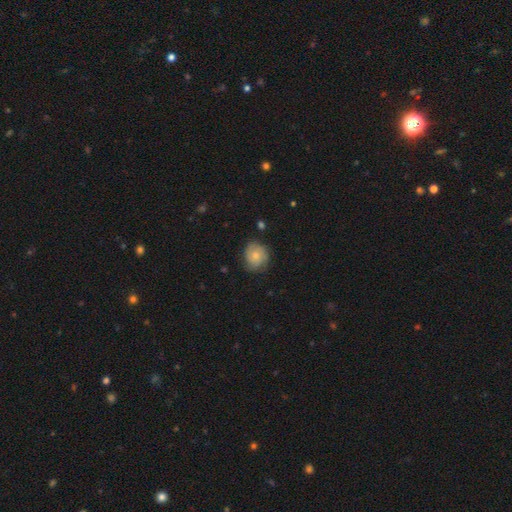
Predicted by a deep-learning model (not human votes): This is possibly a smooth galaxy (56%). How rounded: likely round (72%). Merging: likely none (71%).